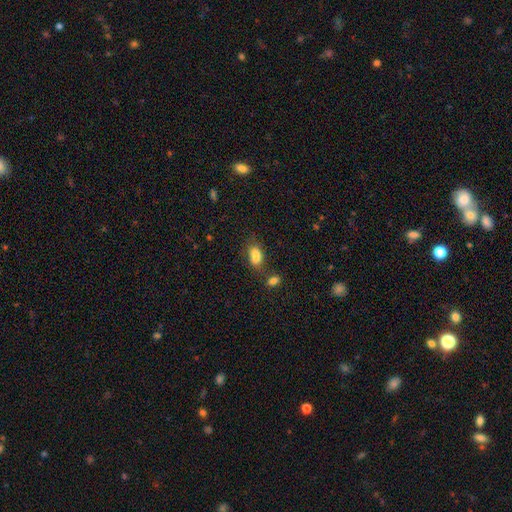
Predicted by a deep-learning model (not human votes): Overall: smooth (84%). How rounded: in between (88%). Merging: none (61%).